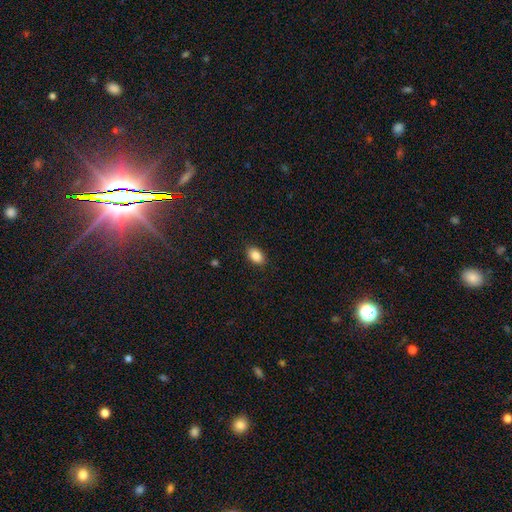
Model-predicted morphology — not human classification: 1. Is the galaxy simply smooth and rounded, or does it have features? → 87% smooth, 8% star or artifact, 5% featured or disk.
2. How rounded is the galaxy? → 89% in between, 9% round, 1% cigar-shaped.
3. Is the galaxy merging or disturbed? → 88% none, 9% minor disturbance, 2% major disturbance, 1% merger.